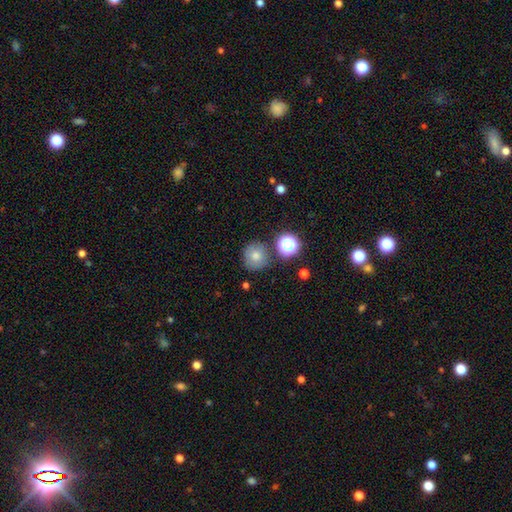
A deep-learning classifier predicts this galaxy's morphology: smooth_or_featured: smooth (p=0.61) [alt: star or artifact p=0.23]
how_rounded: round (p=0.92) [alt: in between p=0.07]
merging: none (p=0.83) [alt: minor disturbance p=0.09]